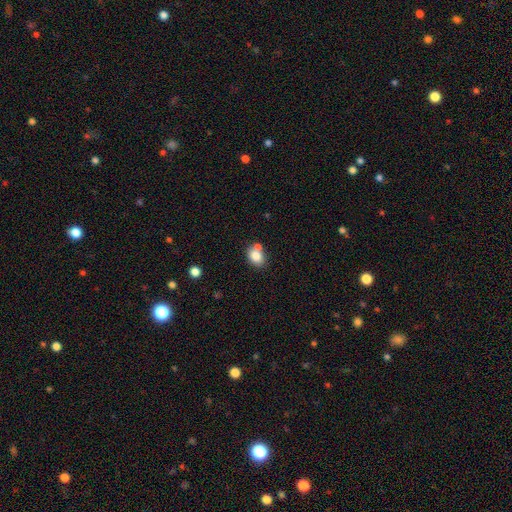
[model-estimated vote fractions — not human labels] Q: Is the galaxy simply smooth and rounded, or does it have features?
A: smooth — 81%.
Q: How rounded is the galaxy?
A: in between — 63%.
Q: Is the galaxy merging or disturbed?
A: none — 57%.